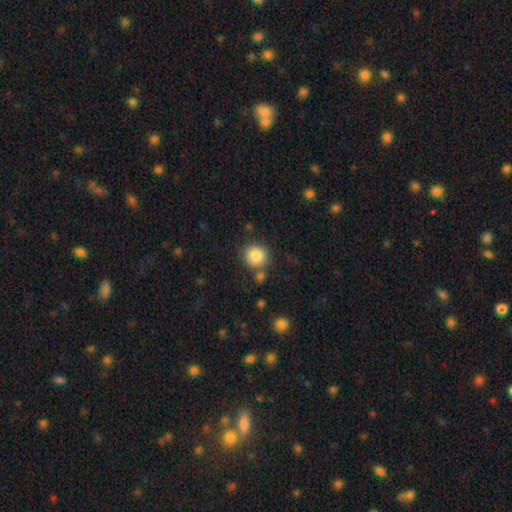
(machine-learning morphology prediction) A smooth galaxy with no disk features (85%) that is round (83%).

Vote fractions:
- Smooth or featured? smooth: 85% / star or artifact: 9% / featured or disk: 6%
- How rounded? round: 83% / in between: 16% / cigar-shaped: 1%
- Merging? none: 78% / minor disturbance: 10% / merger: 8% / major disturbance: 3%